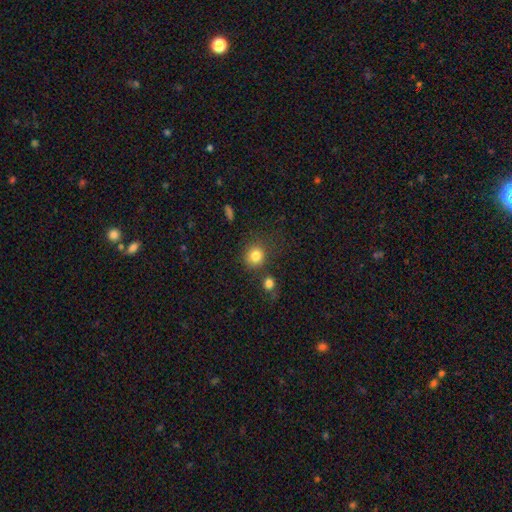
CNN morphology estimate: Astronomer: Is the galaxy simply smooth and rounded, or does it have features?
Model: smooth — 82%.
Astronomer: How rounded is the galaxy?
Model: round — 83%.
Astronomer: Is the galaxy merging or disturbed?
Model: none — 74%.